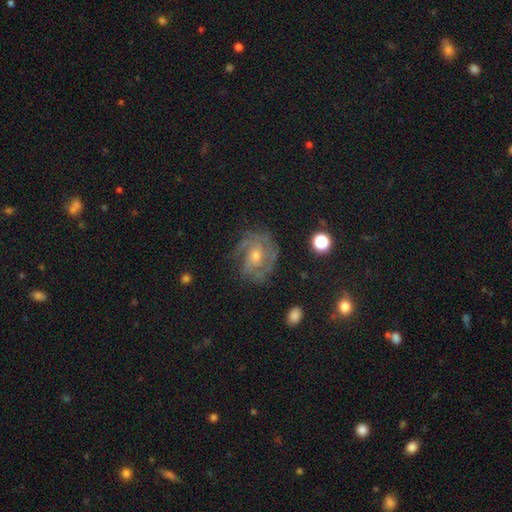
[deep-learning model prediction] Smooth or featured: featured or disk — 79% (smooth — 11%)
Edge-on disk: no — 97% (yes — 3%)
Bar: no — 54% (weak — 37%)
Spiral arms: yes — 91% (no — 9%)
Spiral winding: tight — 51% (medium — 38%)
Spiral arm count: can't tell — 30% (2 — 27%)
Bulge size: small — 52% (moderate — 44%)
Merging: none — 69% (minor disturbance — 19%)